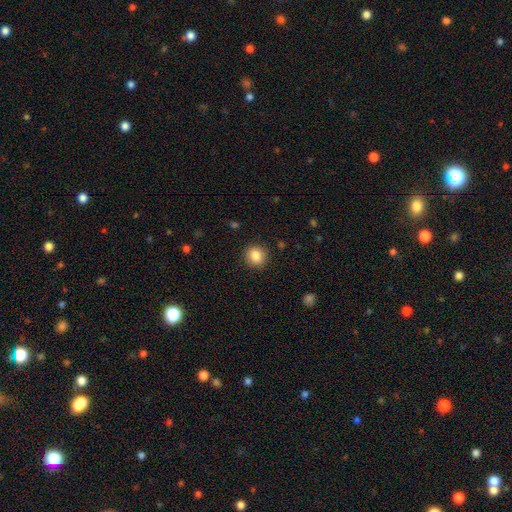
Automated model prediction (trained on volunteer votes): Overall: smooth (85%). How rounded: round (87%). Merging: none (90%).